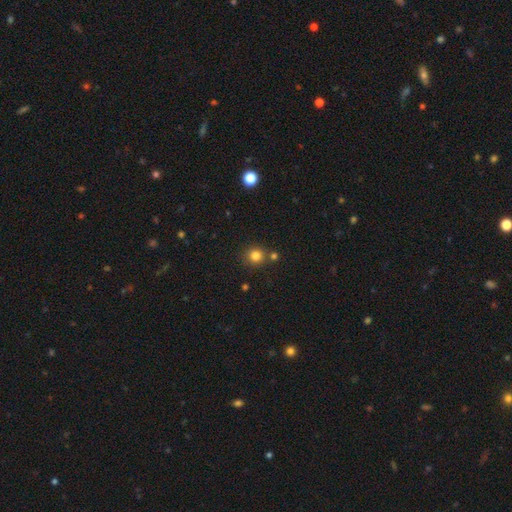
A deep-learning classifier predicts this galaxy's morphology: smooth 81%, star or artifact 14%, featured or disk 6%. Down the decision tree: how rounded — round (90%); merging — none (77%).